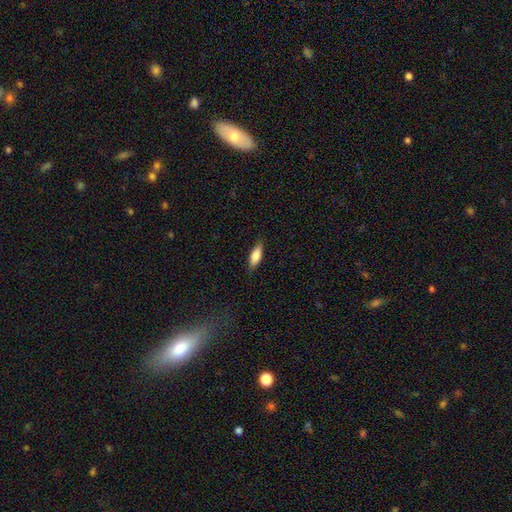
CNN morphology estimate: Smooth or featured? smooth (81%)
How rounded? in between (61%)
Merging? none (85%)